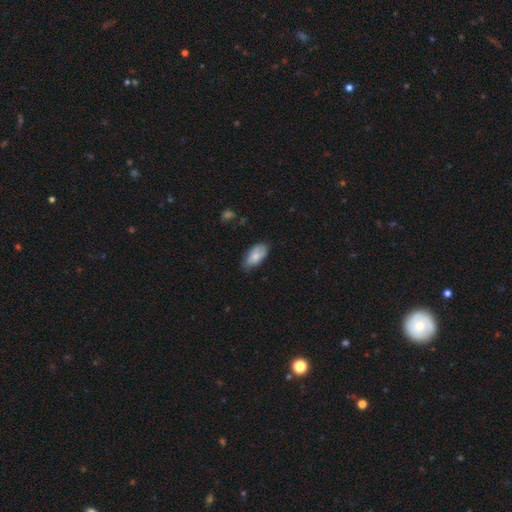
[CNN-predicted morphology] smooth-or-featured: smooth: 79% | featured or disk: 15% | star or artifact: 6%
  how-rounded: in between: 93% | cigar-shaped: 4% | round: 3%
  merging: none: 64% | minor disturbance: 30% | major disturbance: 4% | merger: 1%